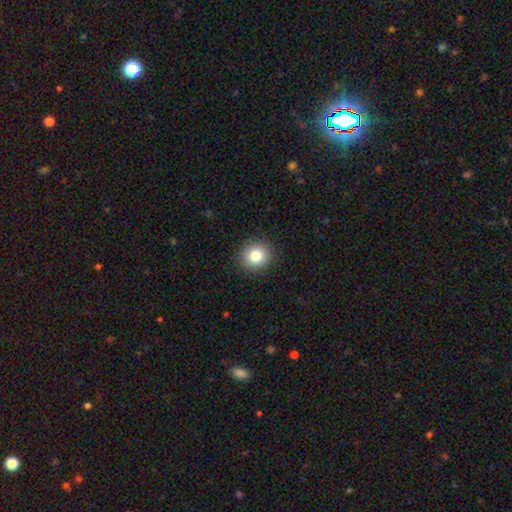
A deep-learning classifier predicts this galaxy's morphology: This appears to be a smooth galaxy with no disk features (82%) that is round (89%). Merging: none (91%).